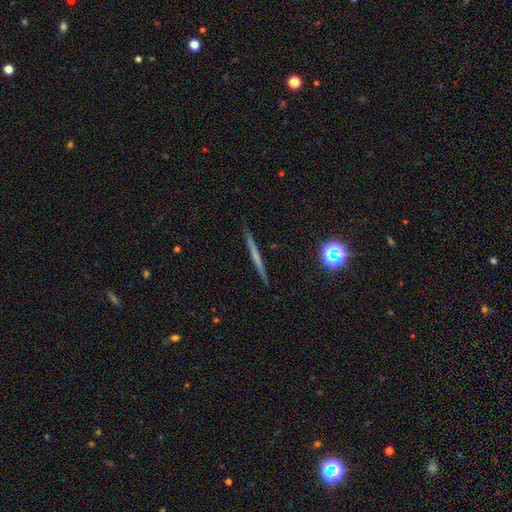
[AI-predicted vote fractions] smooth-or-featured: featured or disk: 51% | smooth: 38% | star or artifact: 11%
  disk-edge-on: yes: 97% | no: 3%
  merging: none: 92% | minor disturbance: 6% | major disturbance: 1% | merger: 1%